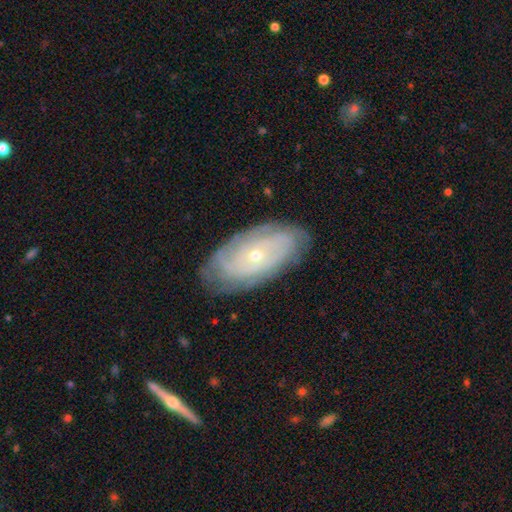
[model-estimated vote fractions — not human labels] A featured or disk galaxy (78%) with no bar (82%), tight (77%) spiral arms (89%) and a small central bulge (72%).

Vote fractions:
- Smooth or featured? featured or disk: 78% / smooth: 16% / star or artifact: 7%
- Edge-on disk? no: 92% / yes: 8%
- Bar? no: 82% / weak: 14% / strong: 4%
- Spiral arms? yes: 89% / no: 11%
- Spiral winding? tight: 77% / medium: 18% / loose: 5%
- Spiral arm count? can't tell: 51% / 2: 16% / 3: 12% / 4: 11% / more than 4: 6% / 1: 5%
- Bulge size? small: 72% / moderate: 25% / large: 1% / none: 1% / dominant: 1%
- Merging? none: 80% / minor disturbance: 15% / major disturbance: 4% / merger: 1%